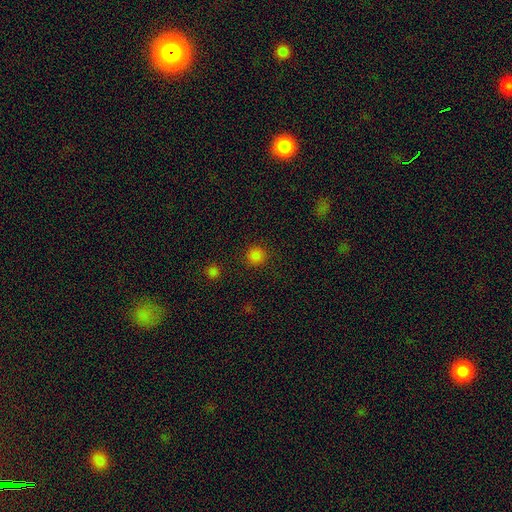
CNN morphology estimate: The model was most divided on "smooth or featured": smooth: 83%, star or artifact: 15%, featured or disk: 3%. More confident: how rounded — round (94%); merging — none (90%).